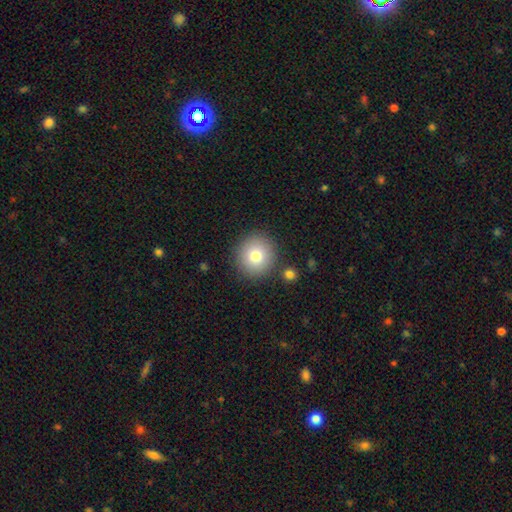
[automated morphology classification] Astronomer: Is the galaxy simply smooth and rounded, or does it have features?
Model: smooth — 78%.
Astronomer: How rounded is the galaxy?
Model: round — 91%.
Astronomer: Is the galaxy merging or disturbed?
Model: none — 86%.